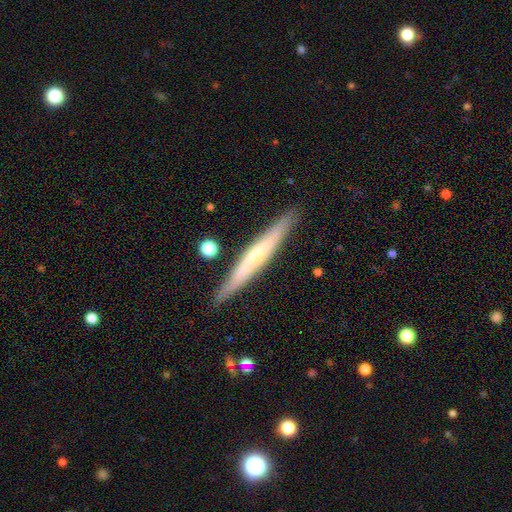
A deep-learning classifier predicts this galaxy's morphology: Smooth or featured? featured or disk (60%)
Edge-on disk? yes (93%)
Edge-on bulge? rounded (56%)
Merging? none (88%)